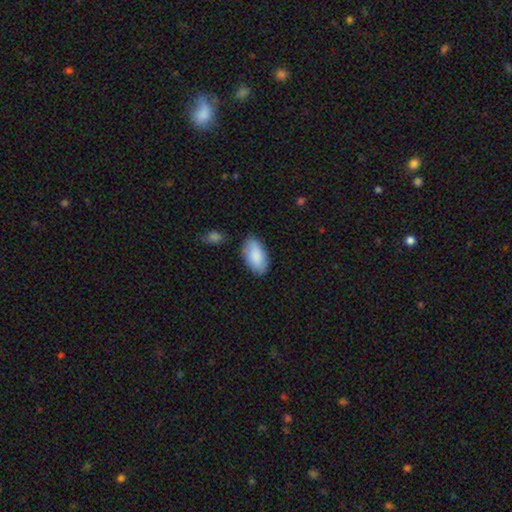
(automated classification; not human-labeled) Smooth or featured? Predicted: smooth (p=0.88). How rounded? Predicted: in between (p=0.95). Merging? Predicted: none (p=0.81).